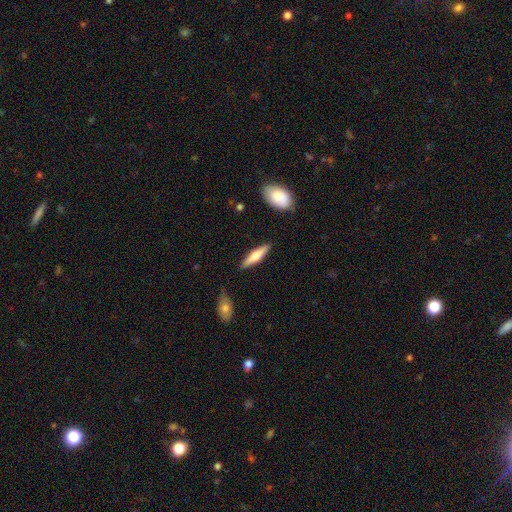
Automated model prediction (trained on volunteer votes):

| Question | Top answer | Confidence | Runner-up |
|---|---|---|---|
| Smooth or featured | smooth | 58% | featured or disk (37%) |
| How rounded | cigar-shaped | 77% | in between (21%) |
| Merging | none | 87% | minor disturbance (9%) |